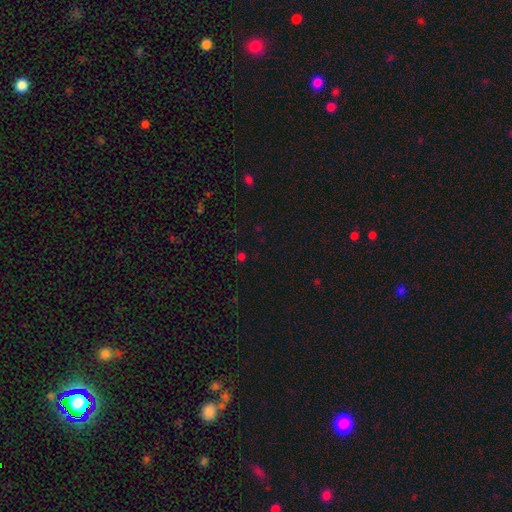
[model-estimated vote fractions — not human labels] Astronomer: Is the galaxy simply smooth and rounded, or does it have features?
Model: star or artifact — 48% (runner-up: smooth, 46%).